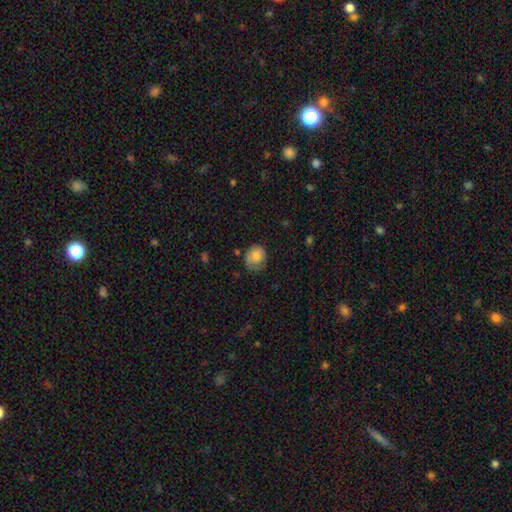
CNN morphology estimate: Smooth or featured? Predicted: smooth (p=0.77). How rounded? Predicted: round (p=0.67). Merging? Predicted: none (p=0.61).